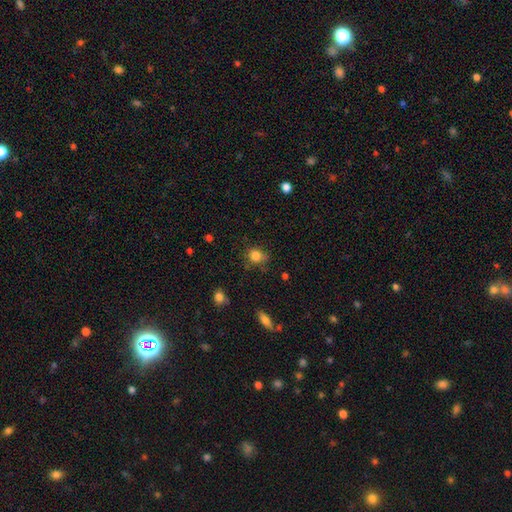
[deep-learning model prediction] A smooth galaxy with no disk features (82%) that is round (75%).

Vote fractions:
- Smooth or featured? smooth: 82% / star or artifact: 12% / featured or disk: 6%
- How rounded? round: 75% / in between: 24% / cigar-shaped: 1%
- Merging? none: 67% / minor disturbance: 23% / major disturbance: 7% / merger: 4%